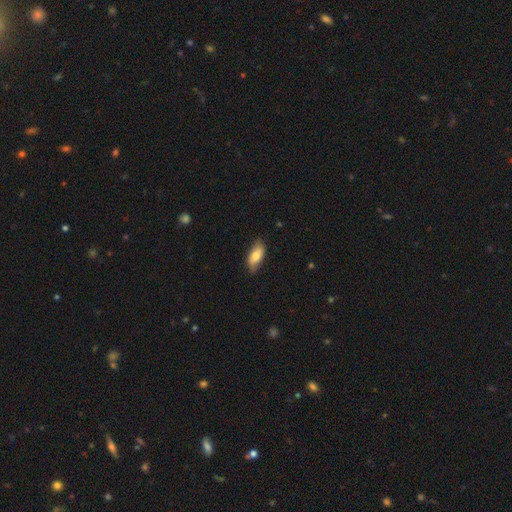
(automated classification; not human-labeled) A smooth galaxy with no disk features (78%) that is in between round and cigar-shaped (85%). Merging: none (78%).